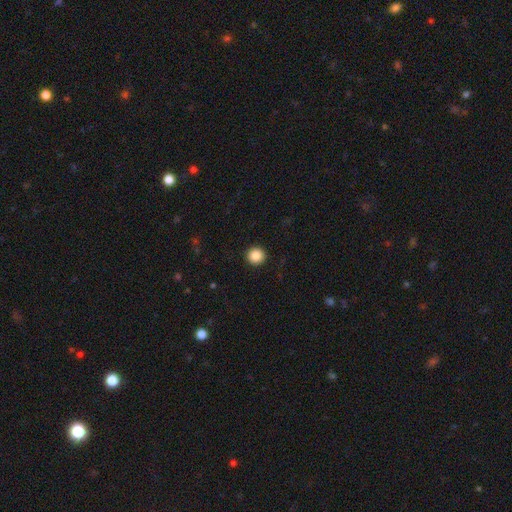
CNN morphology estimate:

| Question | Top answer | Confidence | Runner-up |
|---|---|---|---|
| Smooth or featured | smooth | 87% | star or artifact (10%) |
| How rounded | round | 96% | in between (3%) |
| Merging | none | 93% | minor disturbance (4%) |